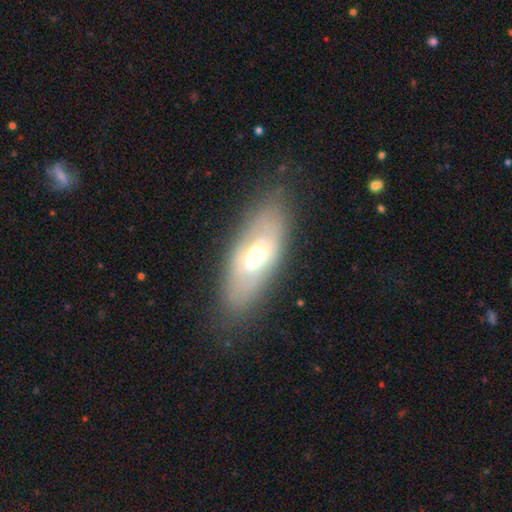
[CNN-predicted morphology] A featured or disk galaxy (54%). Merging: none (78%).